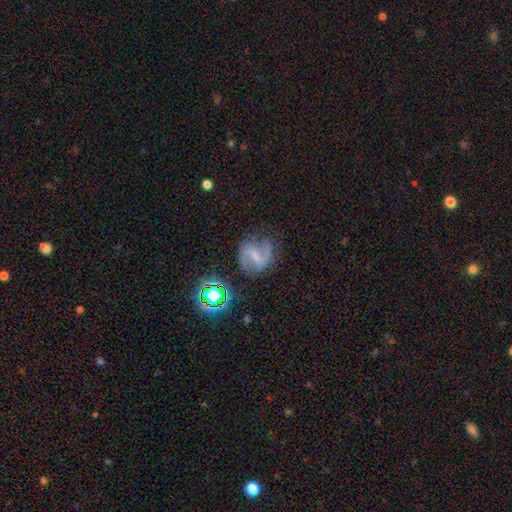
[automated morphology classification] Smooth or featured?
  - featured or disk: 76% *
  - smooth: 13%
  - star or artifact: 10%
Edge-on disk?
  - no: 98% *
  - yes: 2%
Bar?
  - weak: 53% *
  - strong: 29%
  - no: 19%
Spiral arms?
  - yes: 93% *
  - no: 7%
Spiral winding?
  - medium: 46% *
  - loose: 40%
  - tight: 14%
Spiral arm count?
  - 2: 85% *
  - 1: 6%
  - can't tell: 6%
  - 3: 1%
  - 4: 1%
  - more than 4: 1%
Bulge size?
  - small: 52% *
  - moderate: 29%
  - none: 16%
  - large: 2%
  - dominant: 1%
Merging?
  - none: 68% *
  - minor disturbance: 19%
  - major disturbance: 10%
  - merger: 2%